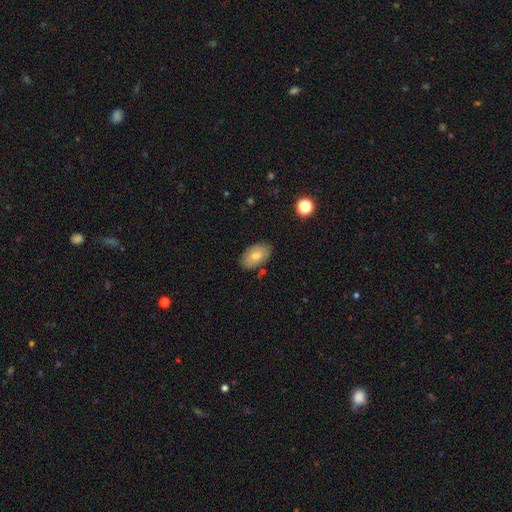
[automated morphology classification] Smooth or featured: smooth — 76% (featured or disk — 17%)
How rounded: in between — 93% (round — 6%)
Merging: none — 82% (minor disturbance — 13%)